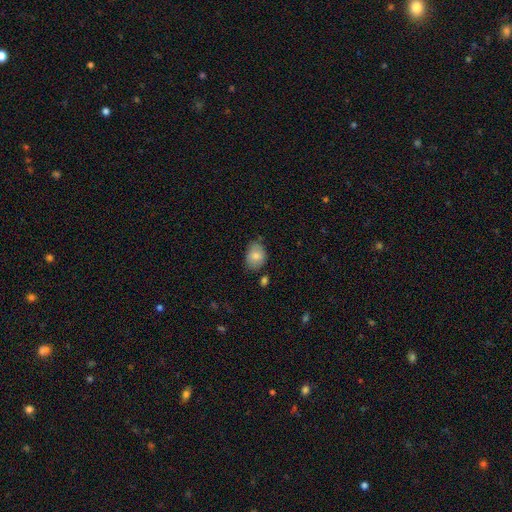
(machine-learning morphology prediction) Smooth or featured? smooth (81%)
How rounded? in between (66%)
Merging? none (64%)